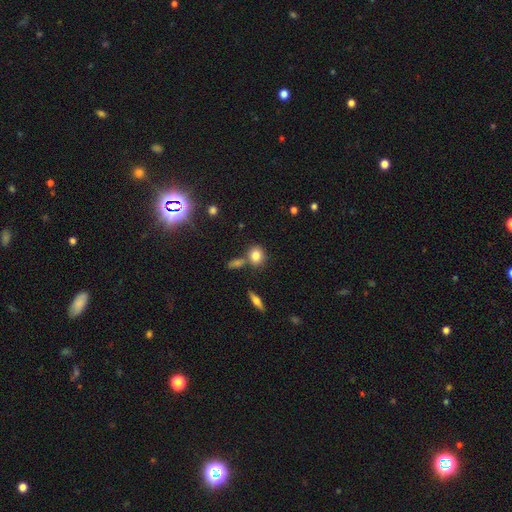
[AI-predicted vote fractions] smooth_or_featured: smooth (p=0.80) [alt: star or artifact p=0.11]
how_rounded: round (p=0.65) [alt: in between p=0.33]
merging: none (p=0.69) [alt: merger p=0.16]